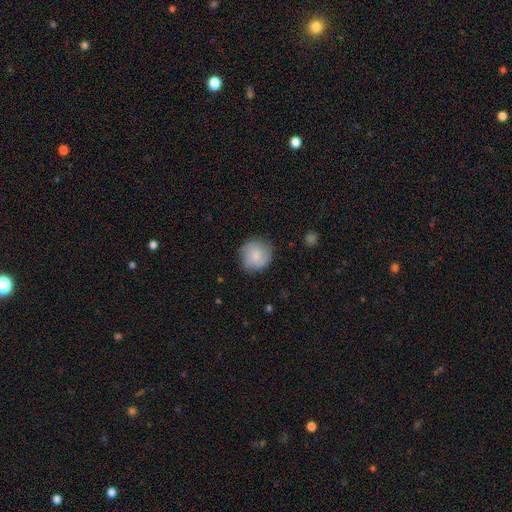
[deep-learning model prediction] Smooth or featured? smooth (72%)
How rounded? round (90%)
Merging? none (78%)